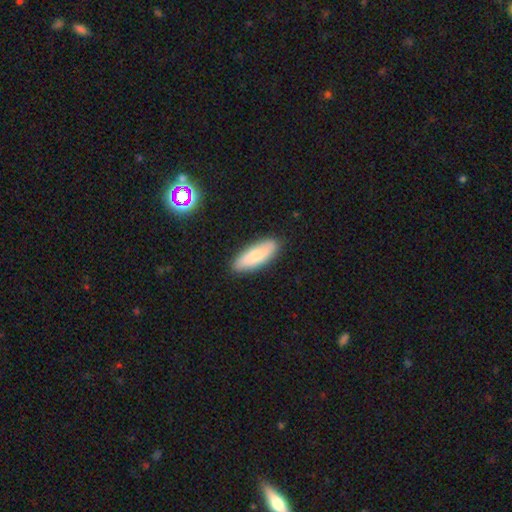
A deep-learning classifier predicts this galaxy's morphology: Q: Smooth or featured?
A: smooth (72%); runner-up: featured or disk (22%)
Q: How rounded?
A: in between (62%); runner-up: cigar-shaped (36%)
Q: Merging?
A: none (87%); runner-up: minor disturbance (10%)